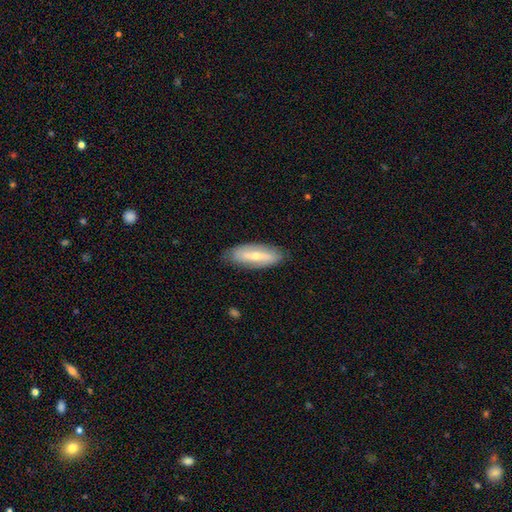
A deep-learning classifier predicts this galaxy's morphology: This appears to be a featured or disk galaxy (52%). Merging: none (83%).